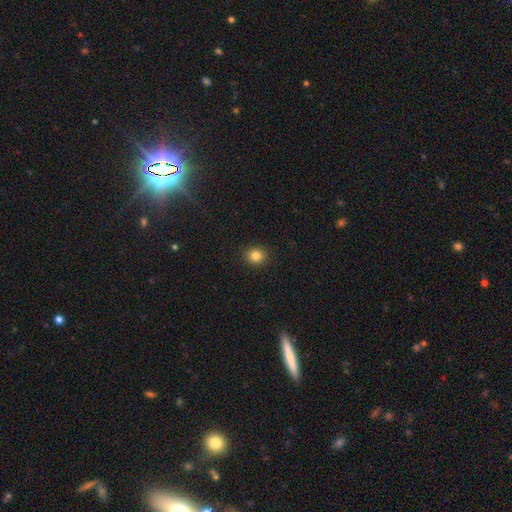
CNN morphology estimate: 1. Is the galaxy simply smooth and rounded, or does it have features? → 84% smooth, 11% star or artifact, 5% featured or disk.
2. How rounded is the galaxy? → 85% round, 14% in between, 1% cigar-shaped.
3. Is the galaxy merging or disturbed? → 92% none, 6% minor disturbance, 2% major disturbance, 1% merger.